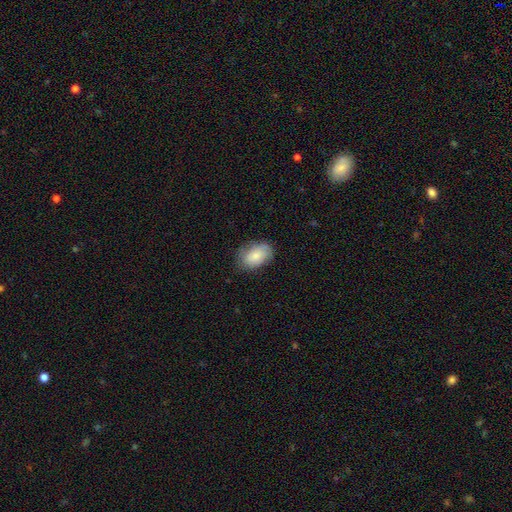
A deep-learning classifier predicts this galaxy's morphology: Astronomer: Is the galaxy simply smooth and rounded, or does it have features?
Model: smooth — 77%.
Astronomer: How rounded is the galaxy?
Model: in between — 88%.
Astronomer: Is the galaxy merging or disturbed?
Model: none — 71%.